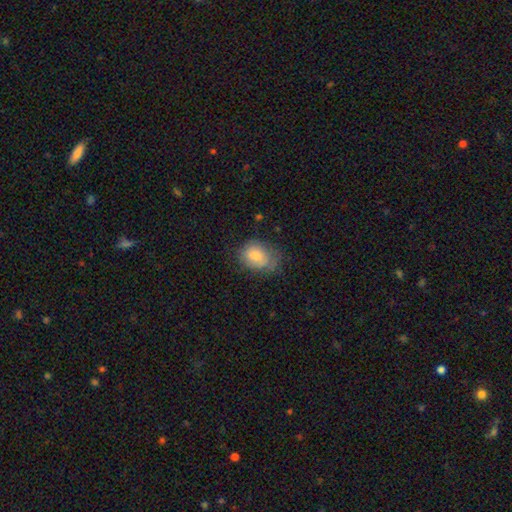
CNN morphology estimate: The model was most divided on "merging": none: 54%, minor disturbance: 32%, major disturbance: 12%, merger: 2%. More confident: smooth or featured — smooth (74%); how rounded — in between (72%).